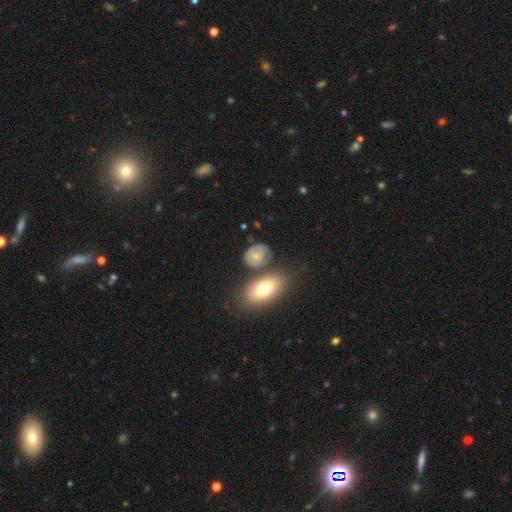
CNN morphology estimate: Smooth or featured? smooth (60%)
How rounded? in between (53%)
Merging? none (56%)